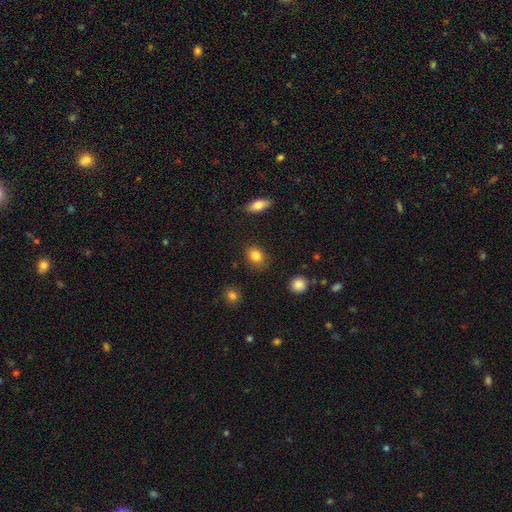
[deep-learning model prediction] Q: Smooth or featured?
A: smooth (85%); runner-up: star or artifact (9%)
Q: How rounded?
A: in between (52%); runner-up: round (47%)
Q: Merging?
A: none (82%); runner-up: minor disturbance (13%)